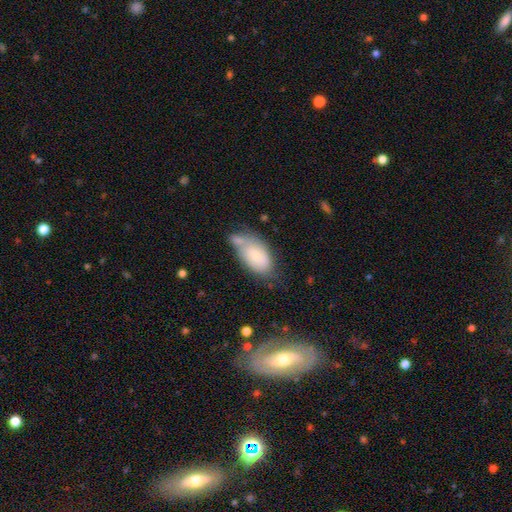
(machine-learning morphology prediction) Smooth or featured: smooth — 68% (featured or disk — 24%)
How rounded: in between — 93% (round — 5%)
Merging: none — 41% (minor disturbance — 26%)